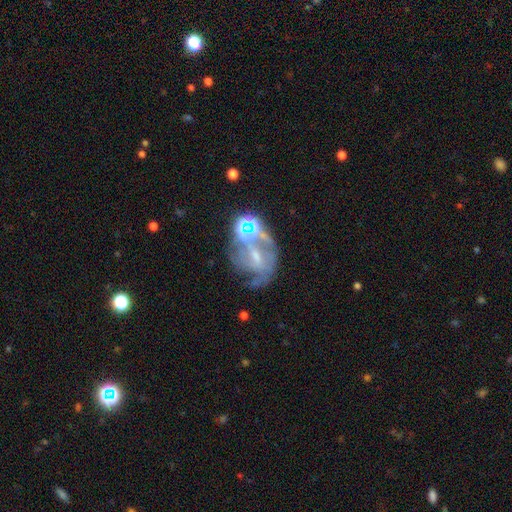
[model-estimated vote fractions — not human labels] featured or disk 65%, star or artifact 18%, smooth 17%. Down the decision tree: edge-on disk — no (97%); bar — no (43%); spiral arms — yes (74%); bulge size — small (55%); merging — none (36%).